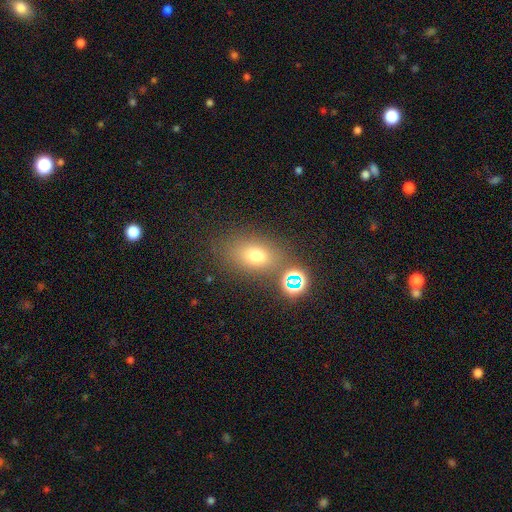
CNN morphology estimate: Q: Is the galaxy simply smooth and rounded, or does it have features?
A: smooth — 69%.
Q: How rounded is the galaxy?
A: in between — 75%.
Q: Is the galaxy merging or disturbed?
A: none — 72%.